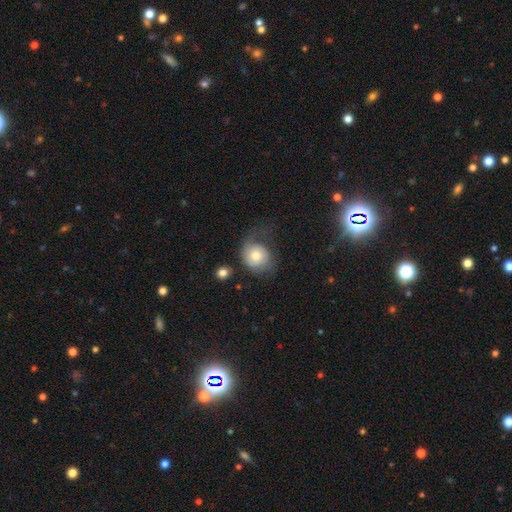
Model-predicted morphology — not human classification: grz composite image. It shows a smooth galaxy with no disk features (62%) that is round (70%). Merging: major disturbance (37%).